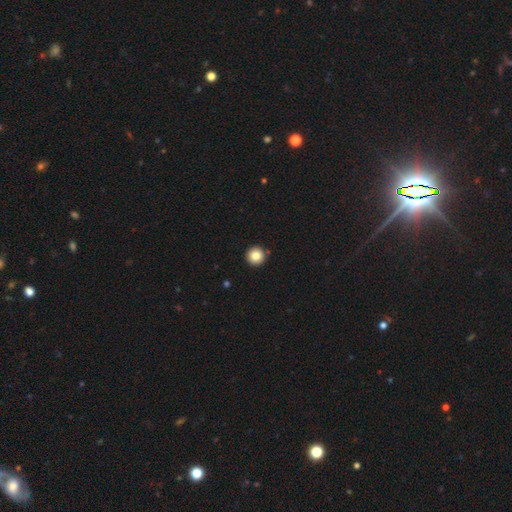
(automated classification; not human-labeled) This is clearly a smooth galaxy (84%). How rounded: clearly round (96%). Merging: clearly none (92%).